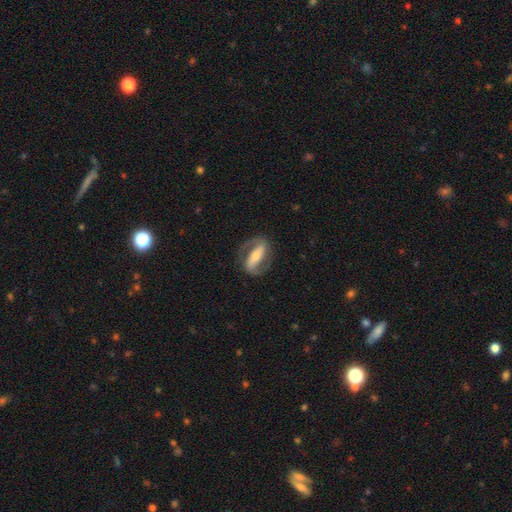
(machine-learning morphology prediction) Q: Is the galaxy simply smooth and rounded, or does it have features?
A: featured or disk — 79%.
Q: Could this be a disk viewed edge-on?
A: no — 90%.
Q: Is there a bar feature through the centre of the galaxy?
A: strong — 68%.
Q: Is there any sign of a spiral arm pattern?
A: yes — 87%.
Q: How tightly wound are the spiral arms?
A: medium — 46%.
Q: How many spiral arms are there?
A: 2 — 89%.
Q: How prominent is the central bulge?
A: moderate — 51%.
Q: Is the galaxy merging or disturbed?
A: none — 80%.